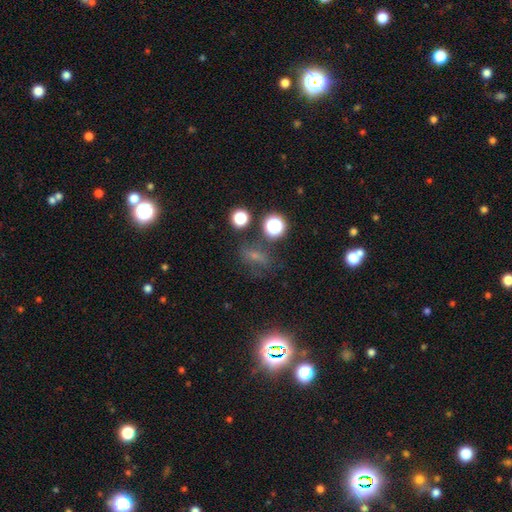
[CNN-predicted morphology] type=smooth (45%); merging=none (65%).